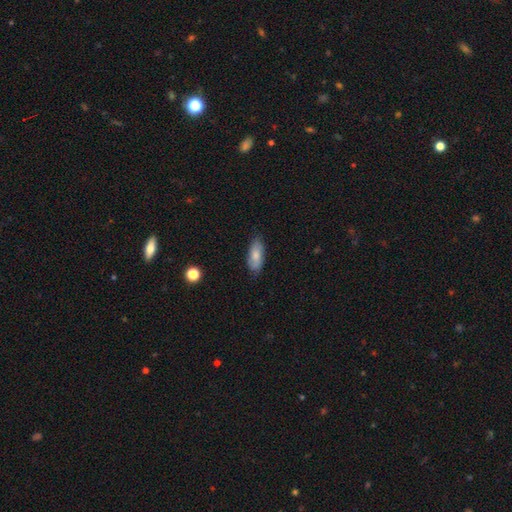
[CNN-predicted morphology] smooth_or_featured: smooth (p=0.74) [alt: featured or disk p=0.19]
how_rounded: in between (p=0.82) [alt: cigar-shaped p=0.16]
merging: none (p=0.77) [alt: minor disturbance p=0.18]